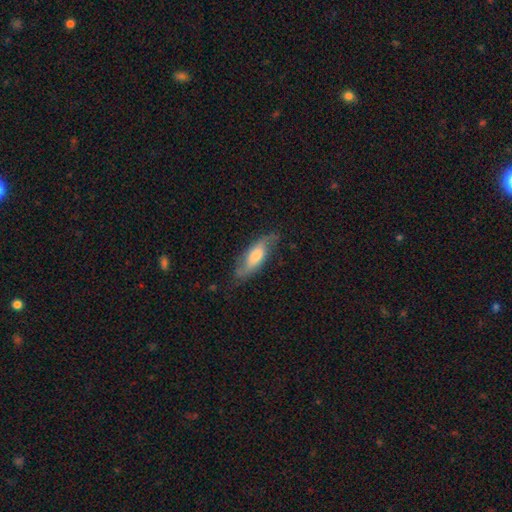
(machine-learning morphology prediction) Overall: featured or disk (55%; smooth 39%). Edge-on disk: no (73%). Merging: none (72%).